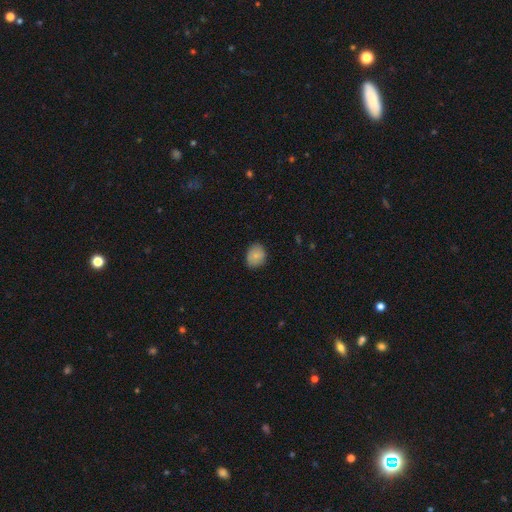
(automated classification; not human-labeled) Smooth or featured? Predicted: smooth (p=0.81). How rounded? Predicted: in between (p=0.50). Merging? Predicted: none (p=0.80).